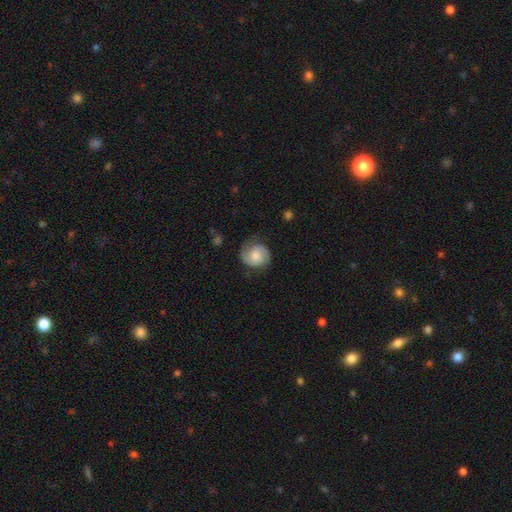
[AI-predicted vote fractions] Overall: featured or disk (55%; smooth 37%). Edge-on disk: no (98%). Bar: no (68%). Spiral arms: yes (92%). Bulge size: moderate (42%; small 29%). Merging: none (74%).